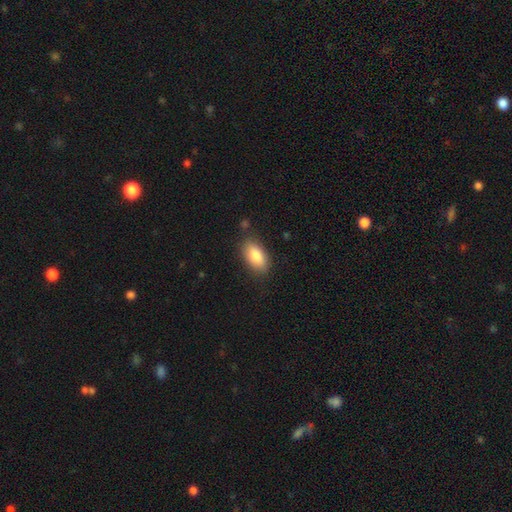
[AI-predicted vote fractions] A smooth galaxy with no disk features (84%) that is in between round and cigar-shaped (90%).

Vote fractions:
- Smooth or featured? smooth: 84% / featured or disk: 9% / star or artifact: 7%
- How rounded? in between: 90% / cigar-shaped: 7% / round: 3%
- Merging? none: 82% / minor disturbance: 13% / major disturbance: 3% / merger: 2%